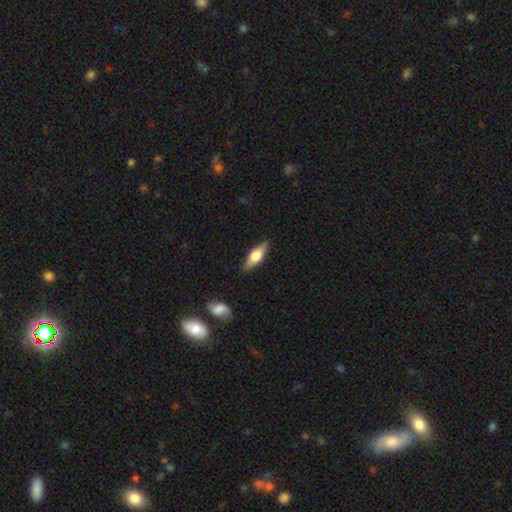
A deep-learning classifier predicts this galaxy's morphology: This appears to be a smooth galaxy with no disk features (54%) that is in between round and cigar-shaped (62%). Merging: none (87%).